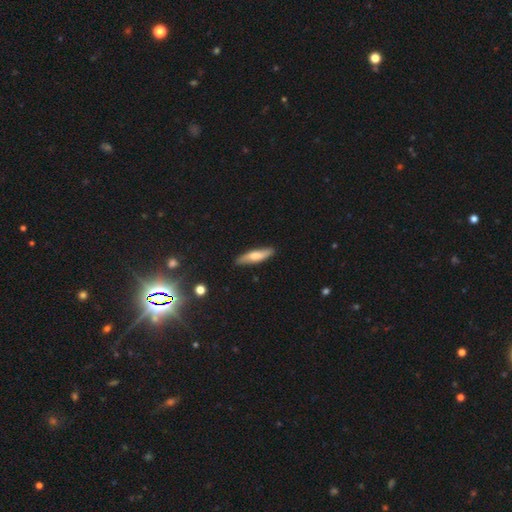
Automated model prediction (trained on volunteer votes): Smooth or featured? Predicted: smooth (p=0.63). How rounded? Predicted: cigar-shaped (p=0.74). Merging? Predicted: none (p=0.86).